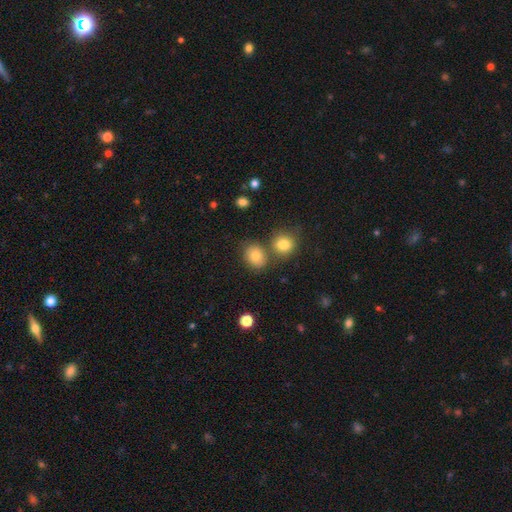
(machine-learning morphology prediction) smooth_or_featured: smooth (p=0.80) [alt: star or artifact p=0.12]
how_rounded: round (p=0.55) [alt: in between p=0.44]
merging: none (p=0.67) [alt: merger p=0.17]